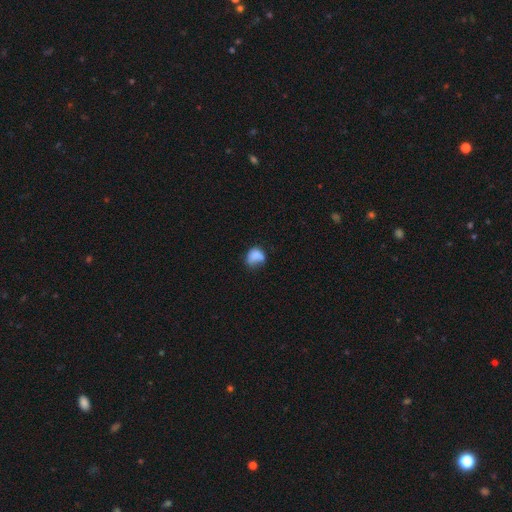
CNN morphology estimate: Overall: smooth (77%). How rounded: in between (52%; round 47%). Merging: minor disturbance (35%; none 34%).